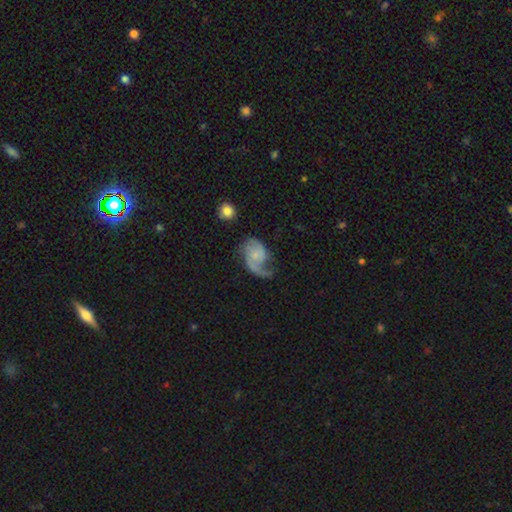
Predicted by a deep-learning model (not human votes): Smooth or featured?
  - featured or disk: 81% *
  - smooth: 14%
  - star or artifact: 6%
Edge-on disk?
  - no: 98% *
  - yes: 2%
Bar?
  - no: 68% *
  - weak: 28%
  - strong: 4%
Spiral arms?
  - yes: 94% *
  - no: 6%
Spiral winding?
  - loose: 46% *
  - medium: 41%
  - tight: 13%
Spiral arm count?
  - 2: 63% *
  - 1: 29%
  - can't tell: 4%
  - 3: 2%
  - 4: 1%
  - more than 4: 1%
Bulge size?
  - small: 58% *
  - none: 20%
  - moderate: 18%
  - large: 2%
  - dominant: 1%
Merging?
  - none: 44% *
  - major disturbance: 30%
  - minor disturbance: 23%
  - merger: 3%